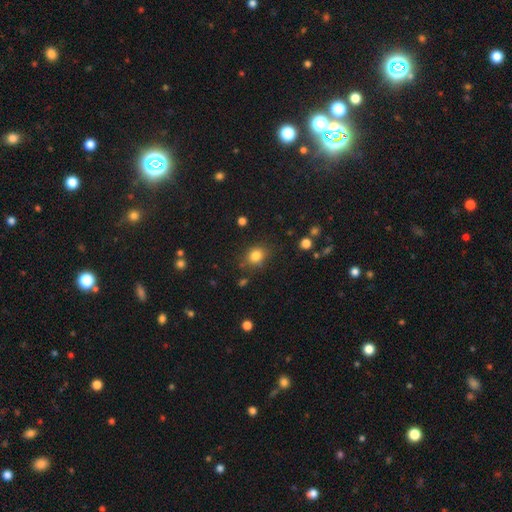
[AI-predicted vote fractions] The model was most divided on "how rounded": round: 68%, in between: 31%, cigar-shaped: 1%. More confident: smooth or featured — smooth (83%); merging — none (79%).